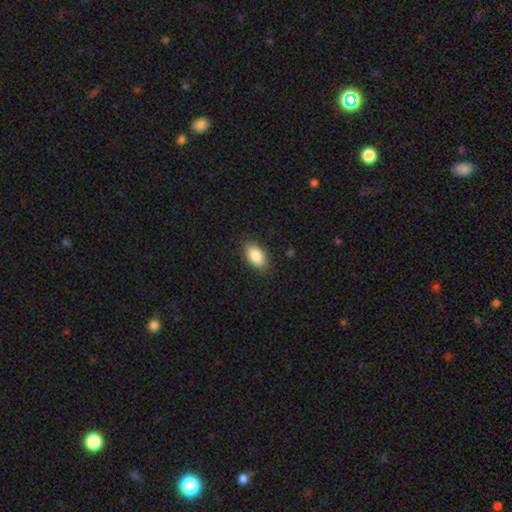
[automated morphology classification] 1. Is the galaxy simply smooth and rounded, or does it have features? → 86% smooth, 7% star or artifact, 7% featured or disk.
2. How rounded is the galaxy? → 91% in between, 5% round, 4% cigar-shaped.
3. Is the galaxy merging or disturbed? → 83% none, 13% minor disturbance, 3% major disturbance, 1% merger.